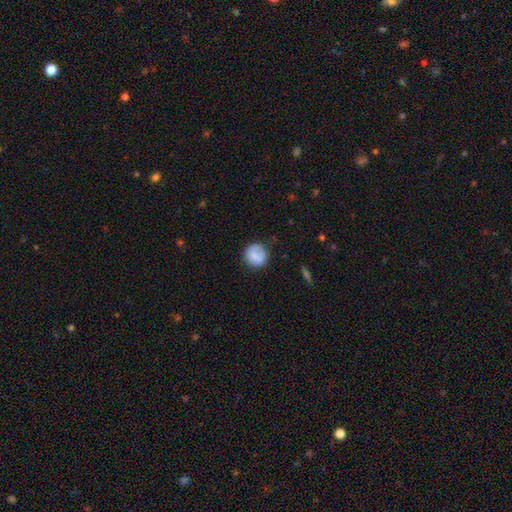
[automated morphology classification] smooth-or-featured: smooth: 80% | featured or disk: 12% | star or artifact: 7%
  how-rounded: round: 91% | in between: 8% | cigar-shaped: 1%
  merging: none: 73% | minor disturbance: 19% | major disturbance: 5% | merger: 3%